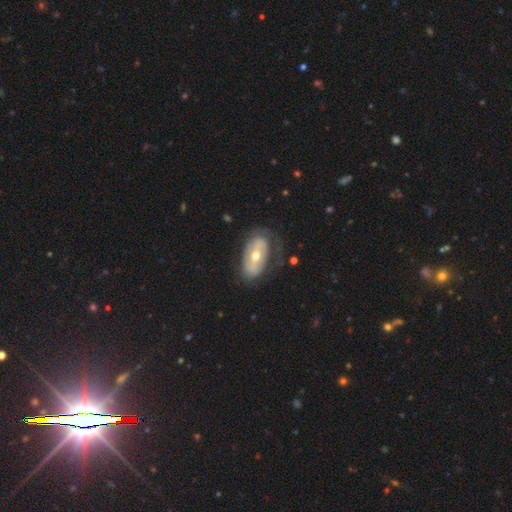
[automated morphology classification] A featured or disk galaxy (61%) with no bar (38%), no spiral arms (60%) and a moderate central bulge (64%). Merging: none (59%).